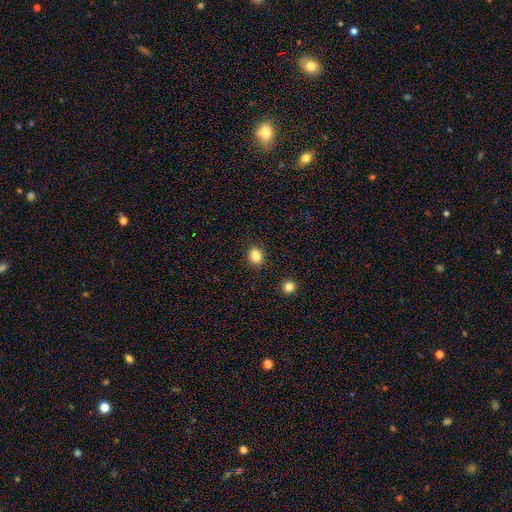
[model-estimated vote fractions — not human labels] Smooth or featured?
  - smooth: 85% *
  - star or artifact: 10%
  - featured or disk: 5%
How rounded?
  - in between: 51% *
  - round: 48%
  - cigar-shaped: 1%
Merging?
  - none: 89% *
  - minor disturbance: 8%
  - major disturbance: 2%
  - merger: 2%